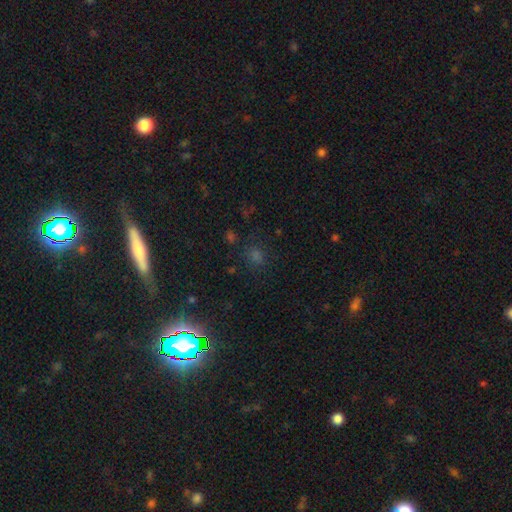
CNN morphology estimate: Smooth or featured: star or artifact — 52% (smooth — 38%)